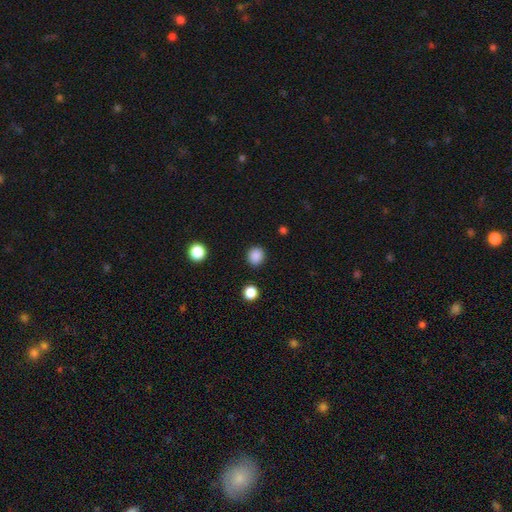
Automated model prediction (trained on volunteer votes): Smooth or featured? Predicted: smooth (p=0.86). How rounded? Predicted: round (p=0.85). Merging? Predicted: none (p=0.90).